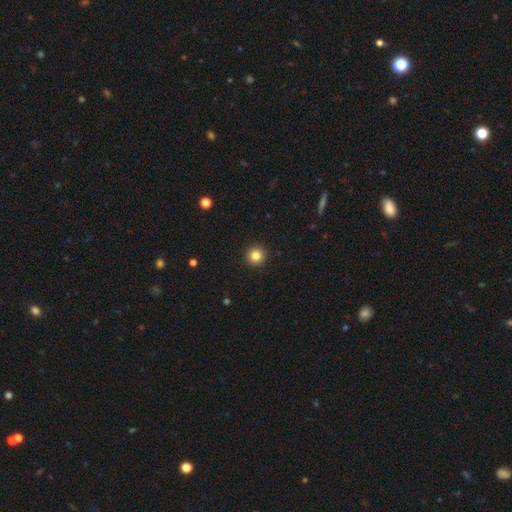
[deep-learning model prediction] smooth-or-featured: smooth: 84% | star or artifact: 11% | featured or disk: 5%
  how-rounded: round: 96% | in between: 3% | cigar-shaped: 1%
  merging: none: 93% | minor disturbance: 4% | major disturbance: 1% | merger: 1%